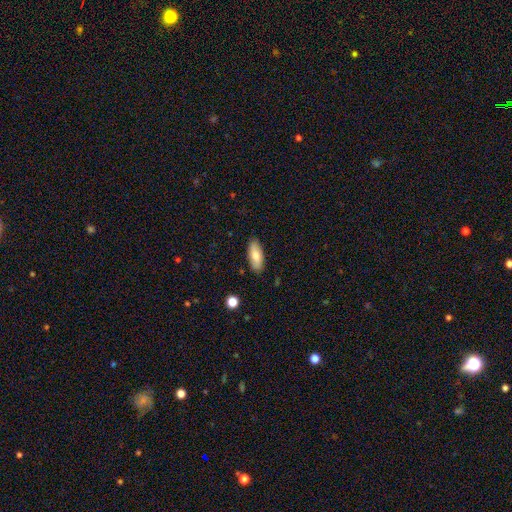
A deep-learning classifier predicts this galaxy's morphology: smooth-or-featured: smooth: 79% | featured or disk: 15% | star or artifact: 7%
  how-rounded: in between: 77% | cigar-shaped: 21% | round: 2%
  merging: none: 86% | minor disturbance: 11% | major disturbance: 2% | merger: 1%